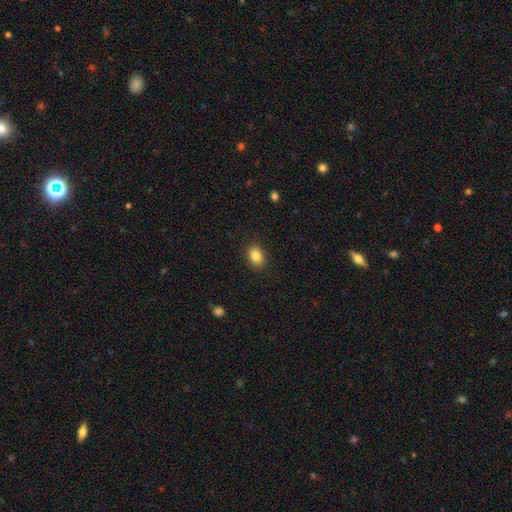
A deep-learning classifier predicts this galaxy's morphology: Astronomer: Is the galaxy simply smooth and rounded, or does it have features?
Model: smooth — 86%.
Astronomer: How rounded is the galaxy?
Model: in between — 78%.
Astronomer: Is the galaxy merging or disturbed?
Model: none — 88%.